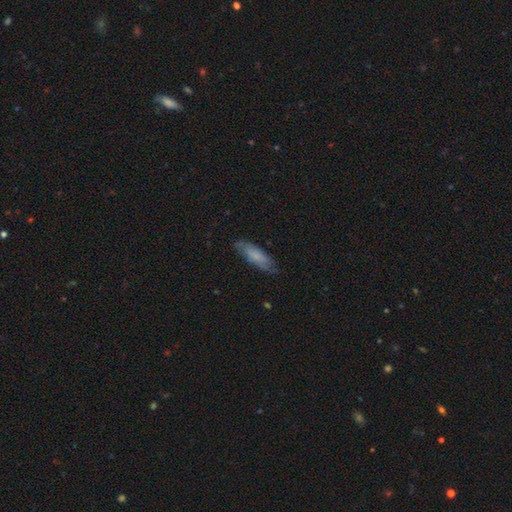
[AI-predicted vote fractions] This is likely a smooth galaxy (67%). How rounded: possibly cigar-shaped (51%). Merging: likely none (75%).